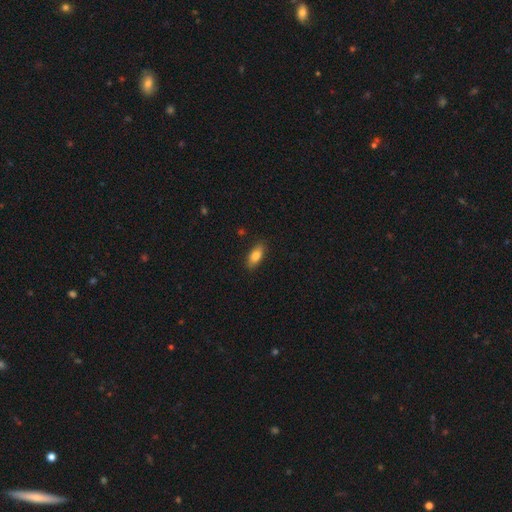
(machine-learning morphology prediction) Smooth or featured? smooth (83%)
How rounded? in between (85%)
Merging? none (85%)